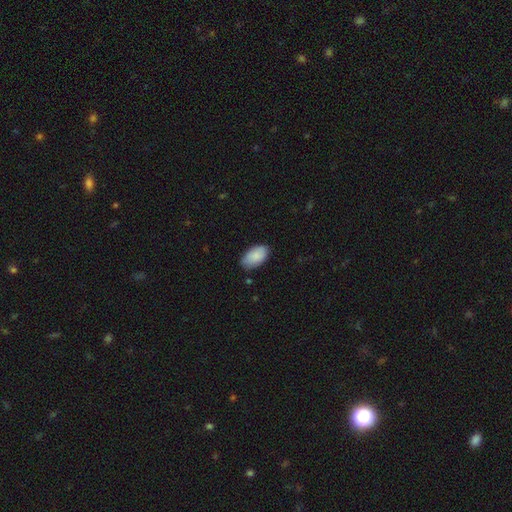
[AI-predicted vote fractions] Smooth or featured? Predicted: smooth (p=0.89). How rounded? Predicted: in between (p=0.96). Merging? Predicted: none (p=0.82).